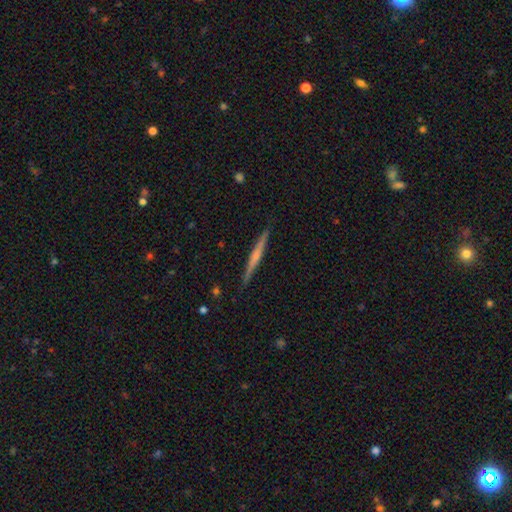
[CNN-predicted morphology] Smooth or featured? featured or disk (58%)
Edge-on disk? yes (98%)
Edge-on bulge? none (49%)
Merging? none (91%)